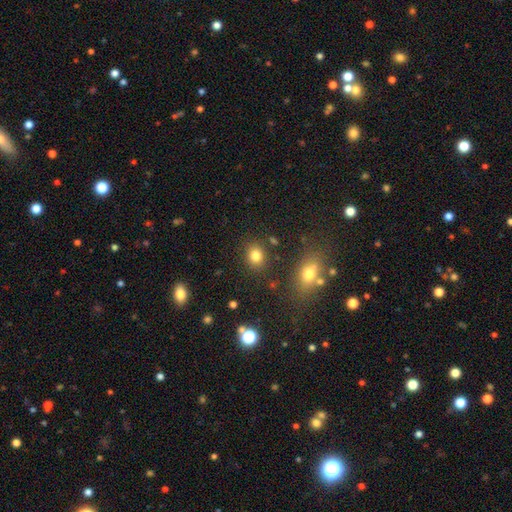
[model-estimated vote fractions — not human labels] The model was most divided on "how rounded": round: 65%, in between: 34%, cigar-shaped: 1%. More confident: merging — none (84%); smooth or featured — smooth (81%).